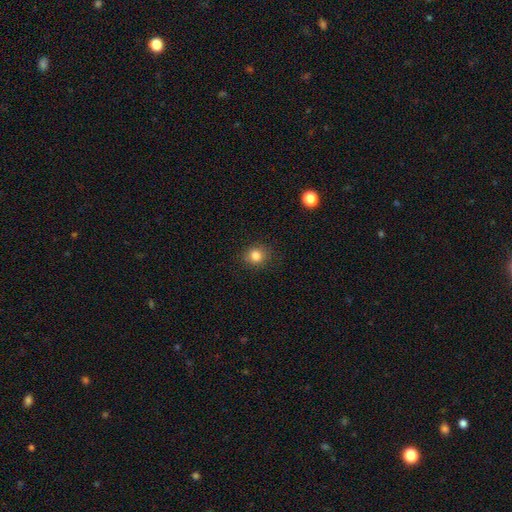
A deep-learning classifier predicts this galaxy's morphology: Q: Smooth or featured?
A: smooth (83%); runner-up: star or artifact (12%)
Q: How rounded?
A: round (83%); runner-up: in between (16%)
Q: Merging?
A: none (88%); runner-up: minor disturbance (9%)